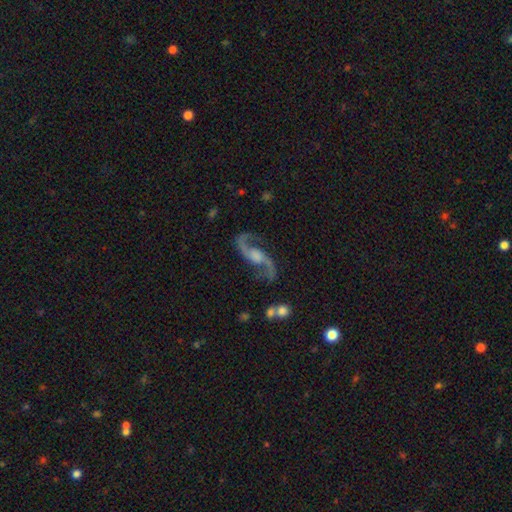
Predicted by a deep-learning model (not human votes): Smooth or featured?
  - featured or disk: 92% *
  - star or artifact: 4%
  - smooth: 3%
Edge-on disk?
  - no: 97% *
  - yes: 3%
Bar?
  - no: 49% *
  - weak: 39%
  - strong: 12%
Spiral arms?
  - yes: 98% *
  - no: 2%
Spiral winding?
  - loose: 65% *
  - medium: 30%
  - tight: 5%
Spiral arm count?
  - 2: 95% *
  - can't tell: 1%
  - 1: 1%
  - 3: 1%
  - 4: 1%
  - more than 4: 1%
Bulge size?
  - moderate: 42% *
  - small: 22%
  - large: 19%
  - none: 16%
  - dominant: 2%
Merging?
  - none: 78% *
  - minor disturbance: 12%
  - major disturbance: 6%
  - merger: 3%